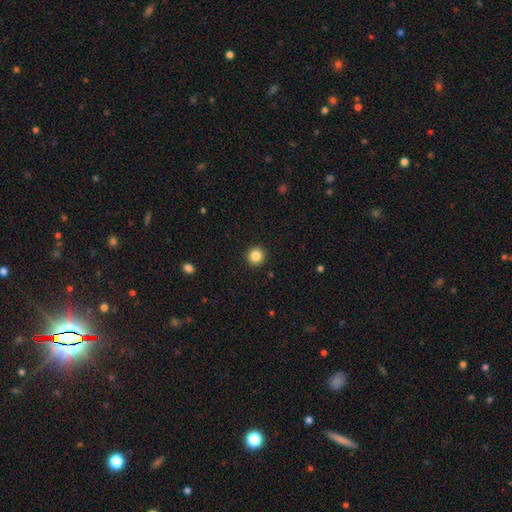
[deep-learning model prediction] Smooth or featured?
  - smooth: 85% *
  - star or artifact: 10%
  - featured or disk: 4%
How rounded?
  - round: 95% *
  - in between: 4%
  - cigar-shaped: 1%
Merging?
  - none: 93% *
  - minor disturbance: 5%
  - major disturbance: 2%
  - merger: 1%